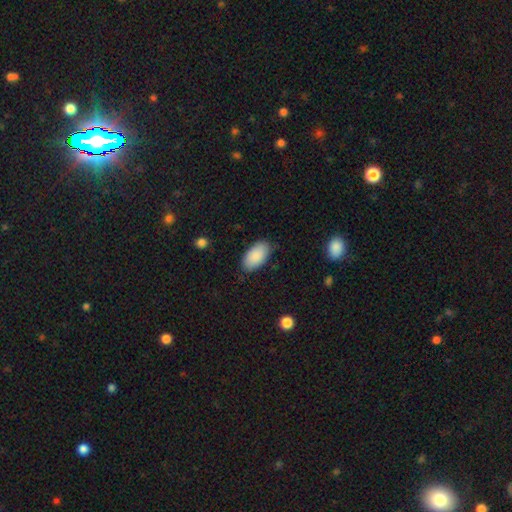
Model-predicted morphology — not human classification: type=smooth (89%); roundness=in between (96%); merging=none (83%).